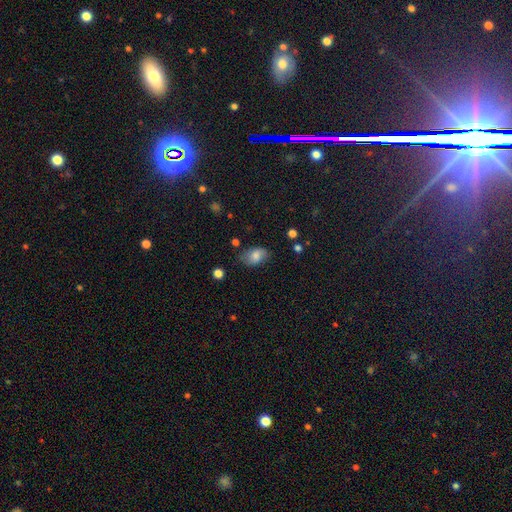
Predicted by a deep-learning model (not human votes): Morphology: type=smooth (78%); roundness=in between (87%); merging=none (69%).